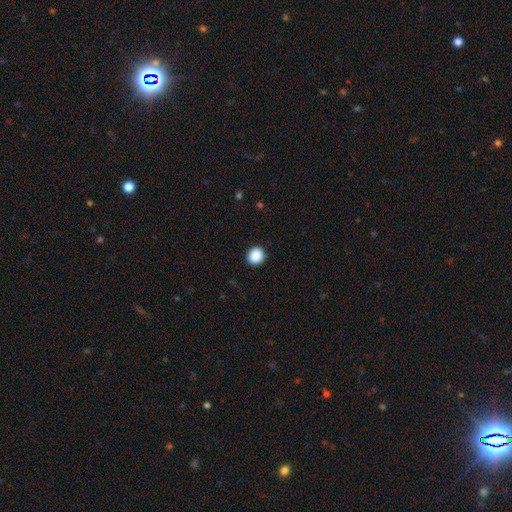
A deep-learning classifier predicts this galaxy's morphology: smooth 89%, star or artifact 9%, featured or disk 2%. Down the decision tree: how rounded — round (89%); merging — none (92%).